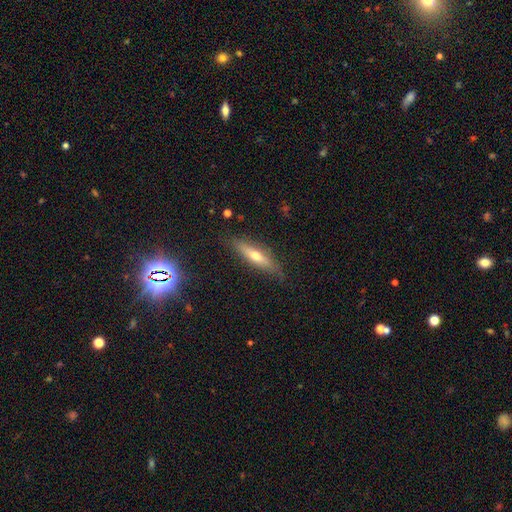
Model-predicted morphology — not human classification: Smooth or featured? featured or disk (48%)
Merging? none (82%)